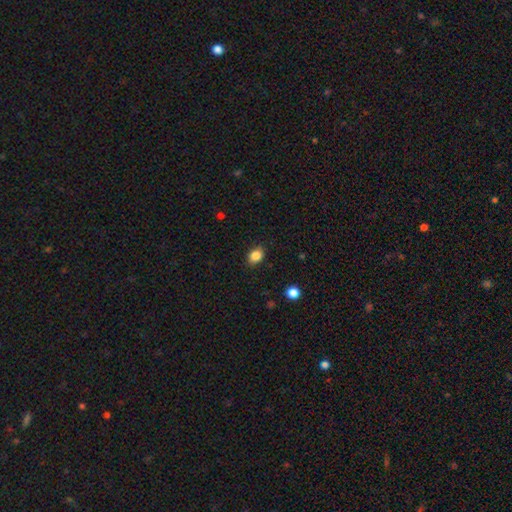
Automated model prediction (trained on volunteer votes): smooth 86%, star or artifact 10%, featured or disk 4%. Down the decision tree: how rounded — in between (60%); merging — none (85%).